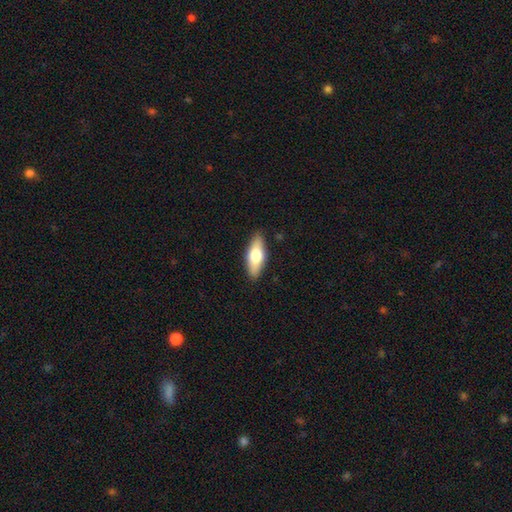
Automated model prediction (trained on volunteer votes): A smooth galaxy with no disk features (64%) that is in between round and cigar-shaped (70%).

Vote fractions:
- Smooth or featured? smooth: 64% / featured or disk: 31% / star or artifact: 6%
- How rounded? in between: 70% / cigar-shaped: 27% / round: 3%
- Merging? none: 87% / minor disturbance: 10% / major disturbance: 2% / merger: 1%